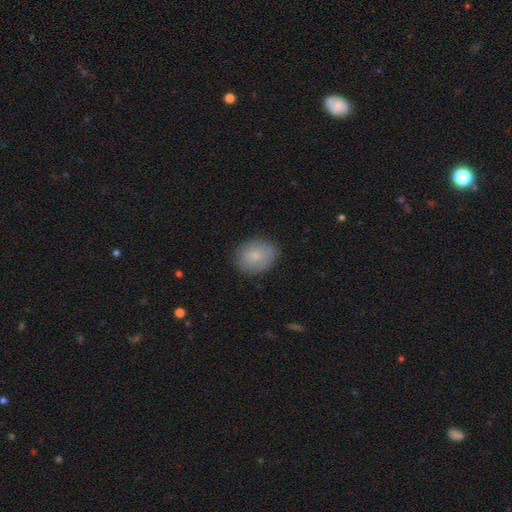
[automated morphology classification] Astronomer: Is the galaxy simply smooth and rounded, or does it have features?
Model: smooth — 80%.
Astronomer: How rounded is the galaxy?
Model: round — 50% (runner-up: in between, 49%).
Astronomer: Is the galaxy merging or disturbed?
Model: none — 83%.